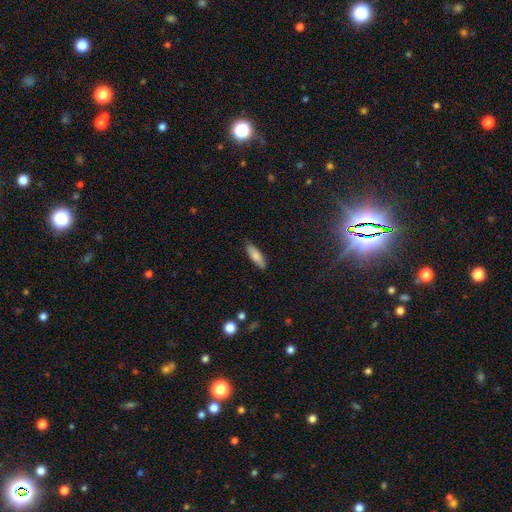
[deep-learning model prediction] Overall: smooth (79%). How rounded: cigar-shaped (51%; in between 47%). Merging: none (85%).